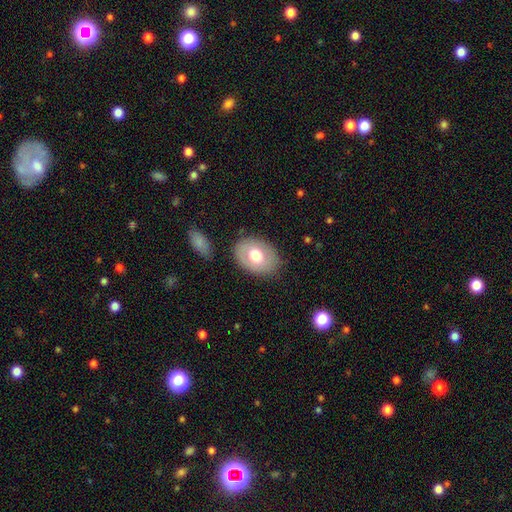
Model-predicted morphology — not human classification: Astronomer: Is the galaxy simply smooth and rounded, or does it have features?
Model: smooth — 65%.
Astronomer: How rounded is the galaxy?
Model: in between — 74%.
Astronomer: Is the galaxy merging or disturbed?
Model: none — 82%.